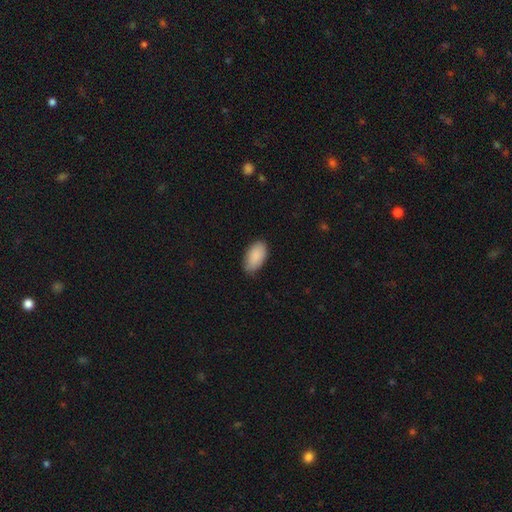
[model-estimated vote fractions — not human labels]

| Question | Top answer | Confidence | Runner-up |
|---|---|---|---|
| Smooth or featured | smooth | 90% | star or artifact (6%) |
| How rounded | in between | 95% | round (3%) |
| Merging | none | 79% | minor disturbance (17%) |